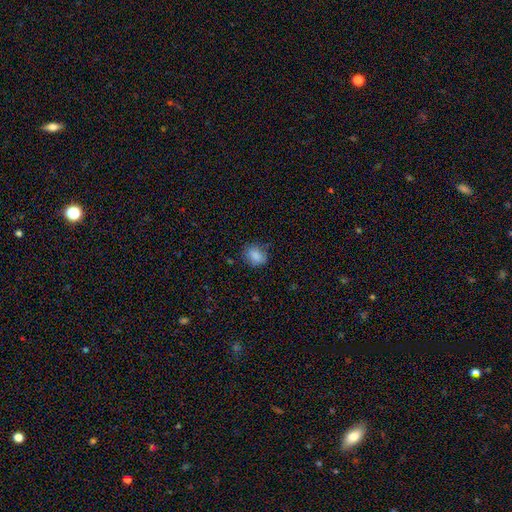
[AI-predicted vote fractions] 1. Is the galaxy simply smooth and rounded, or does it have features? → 84% smooth, 9% star or artifact, 7% featured or disk.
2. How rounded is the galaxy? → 51% in between, 48% round, 1% cigar-shaped.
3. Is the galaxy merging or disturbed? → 71% none, 22% minor disturbance, 5% major disturbance, 2% merger.